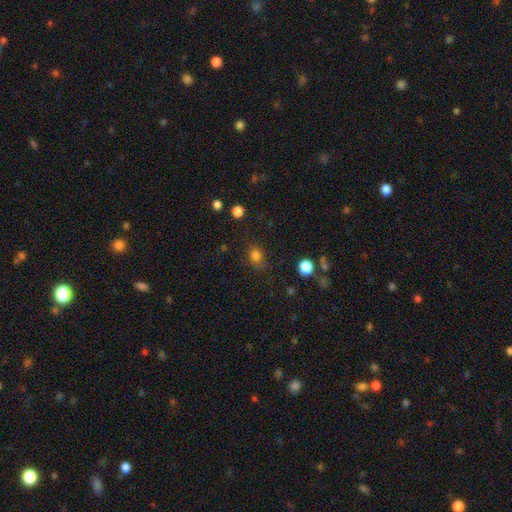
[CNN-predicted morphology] Smooth or featured?
  - smooth: 78% *
  - star or artifact: 16%
  - featured or disk: 6%
How rounded?
  - round: 61% *
  - in between: 38%
  - cigar-shaped: 1%
Merging?
  - none: 67% *
  - minor disturbance: 21%
  - major disturbance: 9%
  - merger: 4%